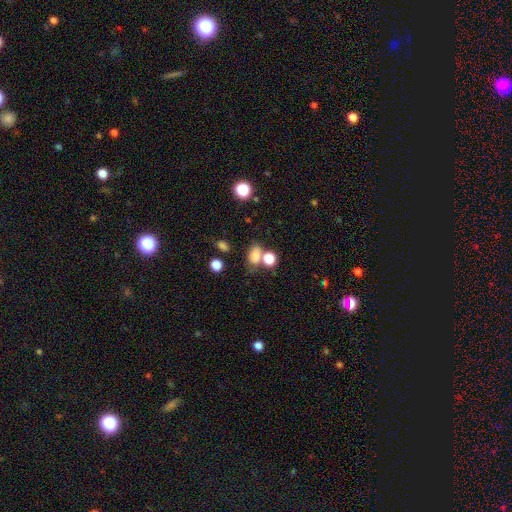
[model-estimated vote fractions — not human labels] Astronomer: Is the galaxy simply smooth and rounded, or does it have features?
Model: smooth — 78%.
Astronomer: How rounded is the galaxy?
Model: in between — 74%.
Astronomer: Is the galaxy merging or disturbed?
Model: none — 50% (runner-up: merger, 29%).